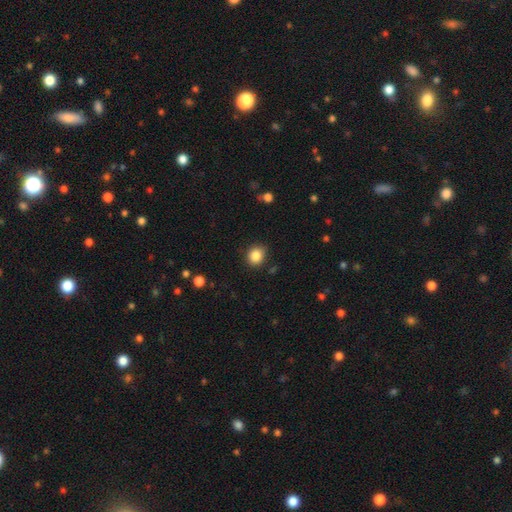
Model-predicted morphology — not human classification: This is clearly a smooth galaxy (86%). How rounded: likely round (77%). Merging: clearly none (86%).